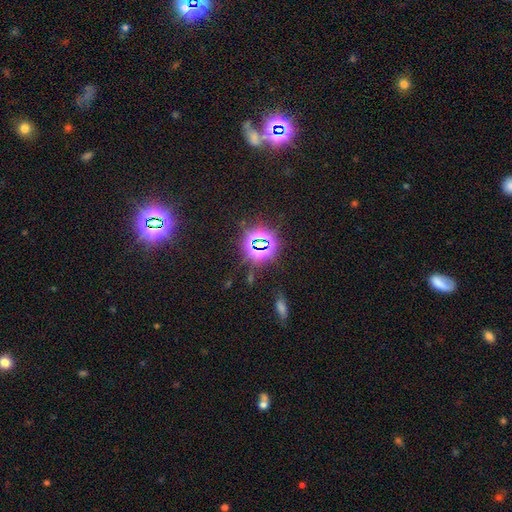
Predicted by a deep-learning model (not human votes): Overall: star or artifact (76%).